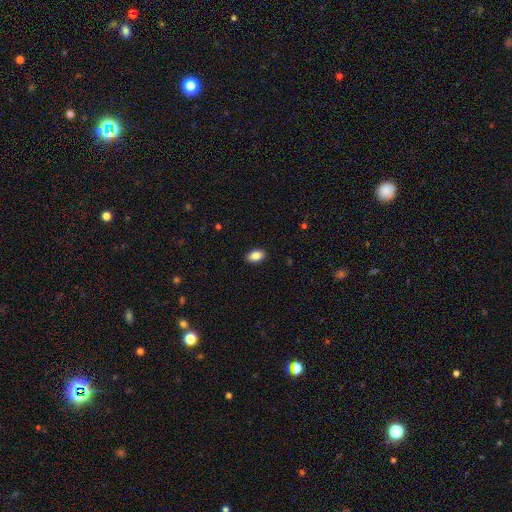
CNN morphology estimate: Smooth or featured: smooth — 86% (star or artifact — 8%)
How rounded: in between — 90% (round — 8%)
Merging: none — 90% (minor disturbance — 8%)